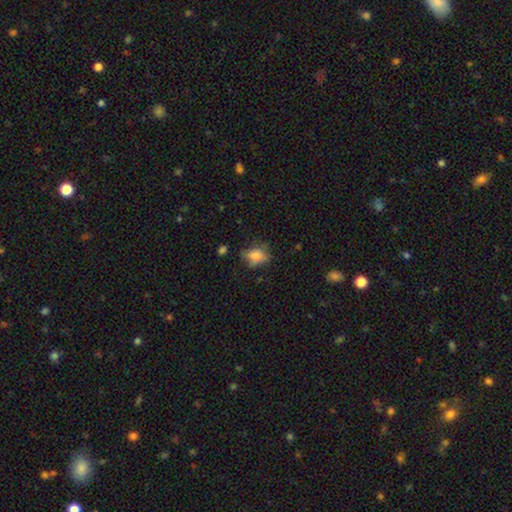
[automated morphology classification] smooth_or_featured: smooth (p=0.74) [alt: featured or disk p=0.15]
how_rounded: in between (p=0.65) [alt: round p=0.33]
merging: none (p=0.52) [alt: minor disturbance p=0.30]